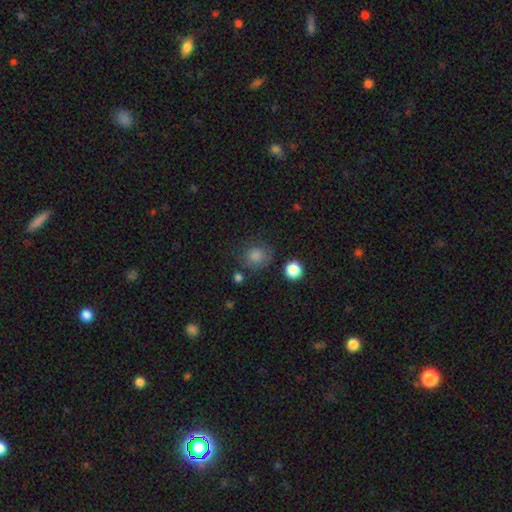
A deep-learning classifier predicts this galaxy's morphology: smooth 79%, star or artifact 14%, featured or disk 6%. Down the decision tree: how rounded — round (78%); merging — none (73%).